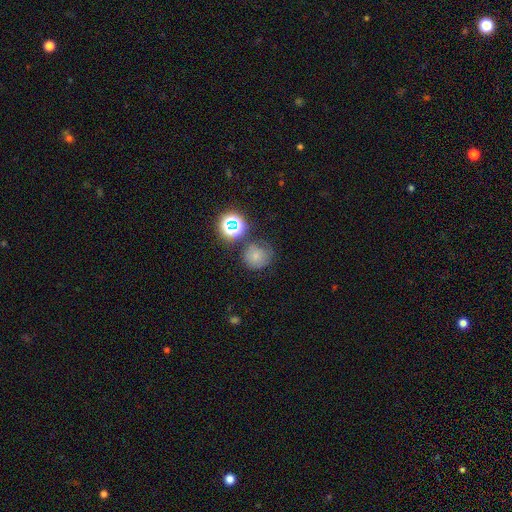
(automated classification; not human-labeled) Q: Smooth or featured?
A: smooth (64%); runner-up: star or artifact (21%)
Q: How rounded?
A: round (87%); runner-up: in between (12%)
Q: Merging?
A: none (63%); runner-up: minor disturbance (20%)